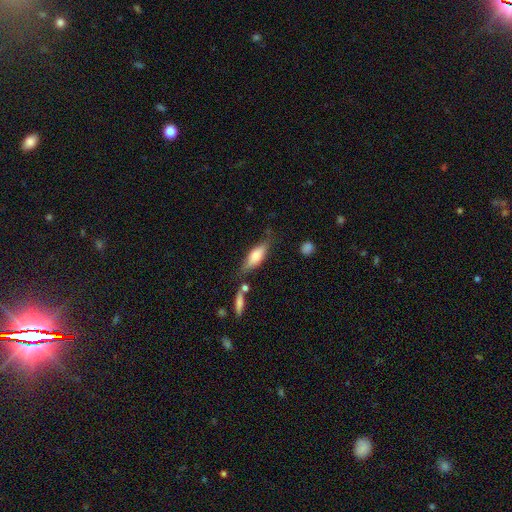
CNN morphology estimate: smooth 63%, featured or disk 30%, star or artifact 7%. Down the decision tree: how rounded — in between (57%); merging — none (66%).